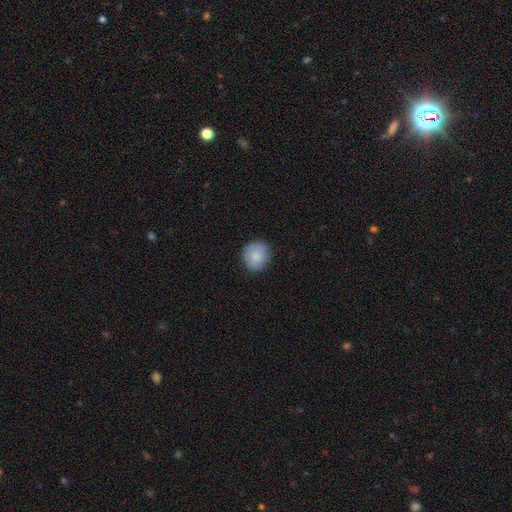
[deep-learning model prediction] The model was most divided on "smooth or featured": smooth: 84%, featured or disk: 8%, star or artifact: 7%. More confident: how rounded — round (90%); merging — none (89%).